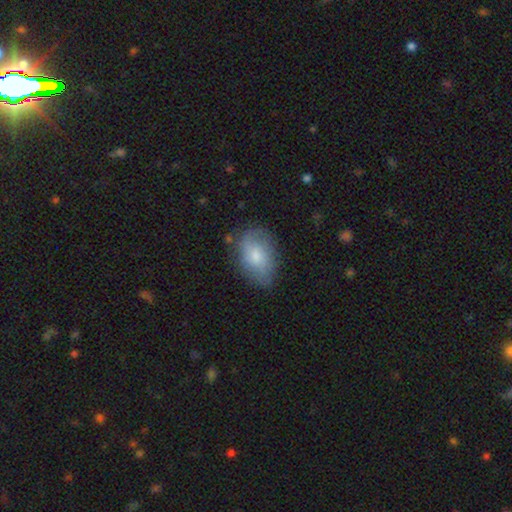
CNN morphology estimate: Q: Smooth or featured?
A: smooth (63%); runner-up: featured or disk (29%)
Q: How rounded?
A: in between (86%); runner-up: round (13%)
Q: Merging?
A: none (71%); runner-up: minor disturbance (22%)